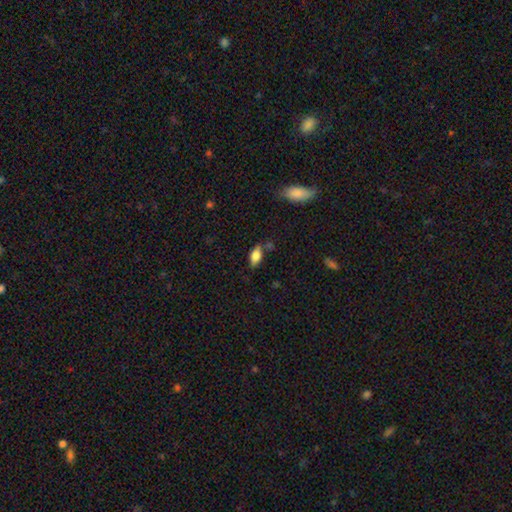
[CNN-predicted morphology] Smooth or featured: smooth — 77% (featured or disk — 15%)
How rounded: in between — 88% (cigar-shaped — 9%)
Merging: none — 69% (minor disturbance — 19%)